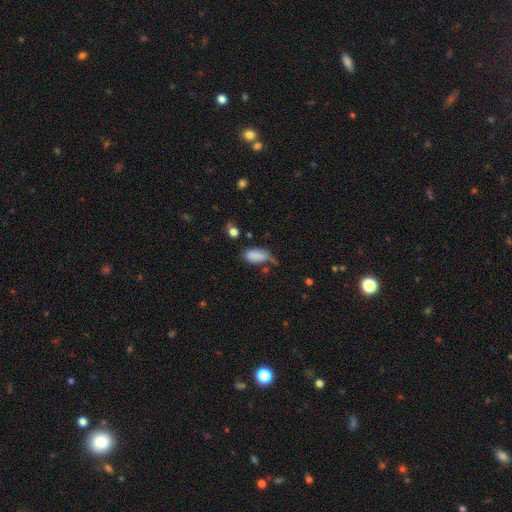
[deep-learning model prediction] This is clearly a smooth galaxy (83%). How rounded: clearly in between (91%). Merging: marginally none (38%).